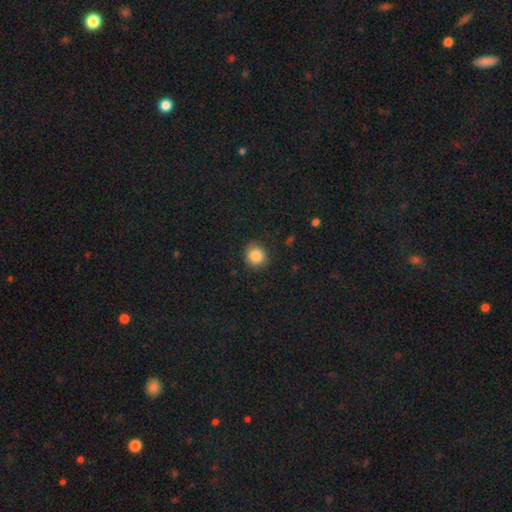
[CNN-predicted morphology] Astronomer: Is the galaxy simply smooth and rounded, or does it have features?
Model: smooth — 86%.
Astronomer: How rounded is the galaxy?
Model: round — 86%.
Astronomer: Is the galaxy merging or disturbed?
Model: none — 86%.